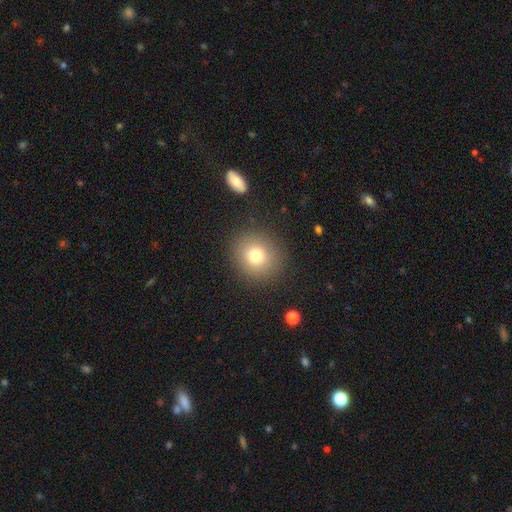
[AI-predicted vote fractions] This appears to be a smooth galaxy with no disk features (76%) that is round (85%). Merging: none (87%).